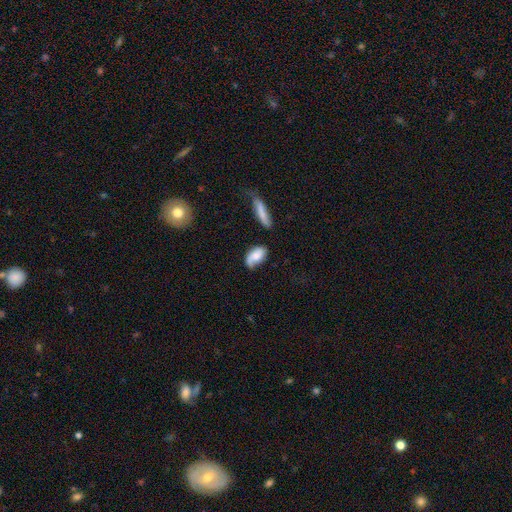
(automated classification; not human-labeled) Morphology: type=smooth (59%); roundness=in between (90%); merging=none (51%).